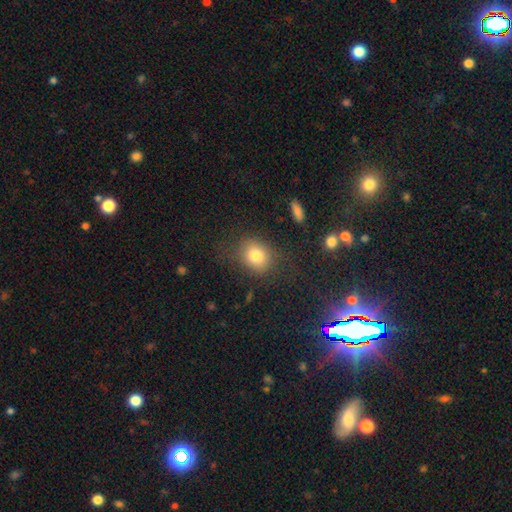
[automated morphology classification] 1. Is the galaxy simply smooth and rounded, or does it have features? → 78% smooth, 12% star or artifact, 10% featured or disk.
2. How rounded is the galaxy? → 59% round, 39% in between, 1% cigar-shaped.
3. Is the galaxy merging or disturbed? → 77% none, 14% minor disturbance, 8% major disturbance, 2% merger.